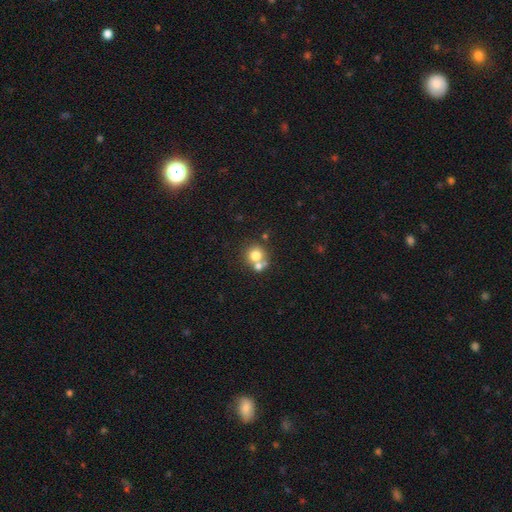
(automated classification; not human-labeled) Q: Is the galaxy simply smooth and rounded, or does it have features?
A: smooth — 72%.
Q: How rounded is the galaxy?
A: round — 87%.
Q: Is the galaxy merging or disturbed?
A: none — 49%.